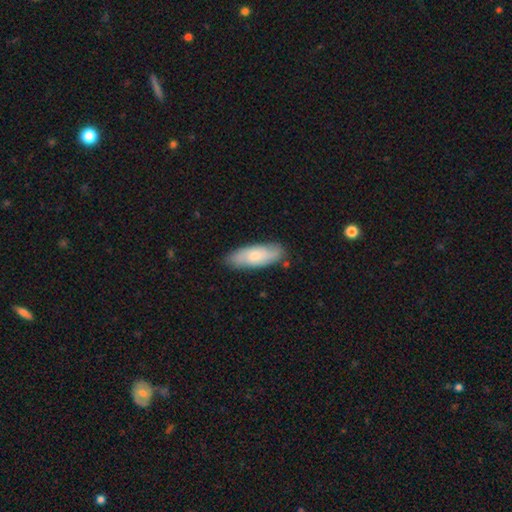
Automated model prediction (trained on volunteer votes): smooth-or-featured: smooth: 61% | featured or disk: 34% | star or artifact: 6%
  how-rounded: in between: 71% | cigar-shaped: 27% | round: 2%
  merging: none: 81% | minor disturbance: 14% | major disturbance: 3% | merger: 2%